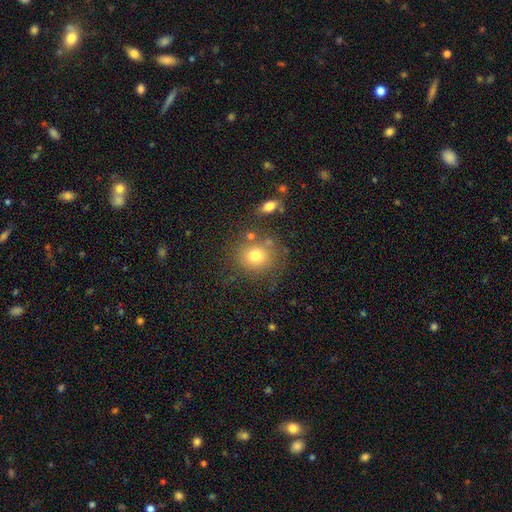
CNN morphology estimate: Overall: smooth (75%). How rounded: round (83%). Merging: none (73%).